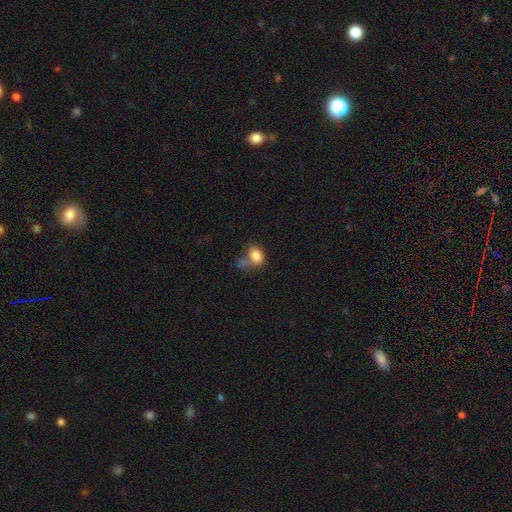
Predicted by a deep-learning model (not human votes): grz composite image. It shows a smooth galaxy with no disk features (83%) that is in between round and cigar-shaped (81%). Merging: none (39%).